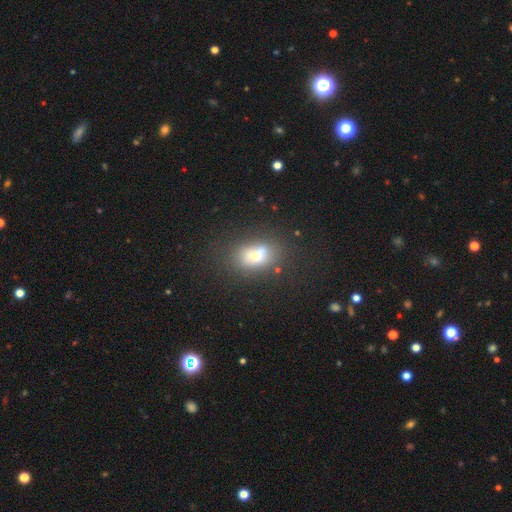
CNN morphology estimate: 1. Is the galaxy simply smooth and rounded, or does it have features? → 64% smooth, 22% featured or disk, 14% star or artifact.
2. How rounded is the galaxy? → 74% in between, 23% round, 3% cigar-shaped.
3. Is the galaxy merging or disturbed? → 53% none, 20% minor disturbance, 17% merger, 11% major disturbance.